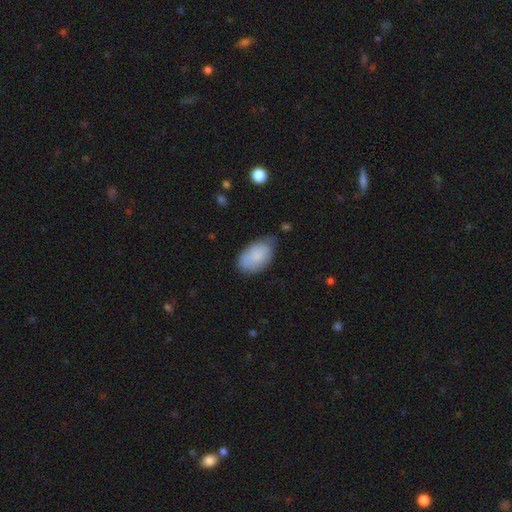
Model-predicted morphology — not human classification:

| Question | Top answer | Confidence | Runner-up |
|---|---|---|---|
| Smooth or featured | smooth | 86% | featured or disk (8%) |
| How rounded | in between | 94% | round (4%) |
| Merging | none | 61% | minor disturbance (31%) |